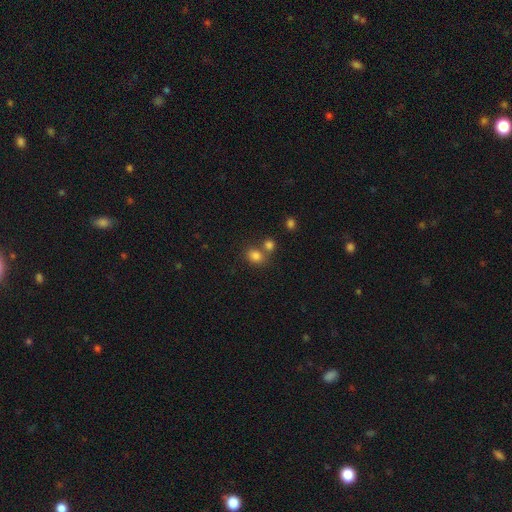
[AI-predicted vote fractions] smooth-or-featured: smooth: 82% | star or artifact: 12% | featured or disk: 6%
  how-rounded: round: 52% | in between: 47% | cigar-shaped: 1%
  merging: none: 54% | merger: 32% | minor disturbance: 10% | major disturbance: 4%